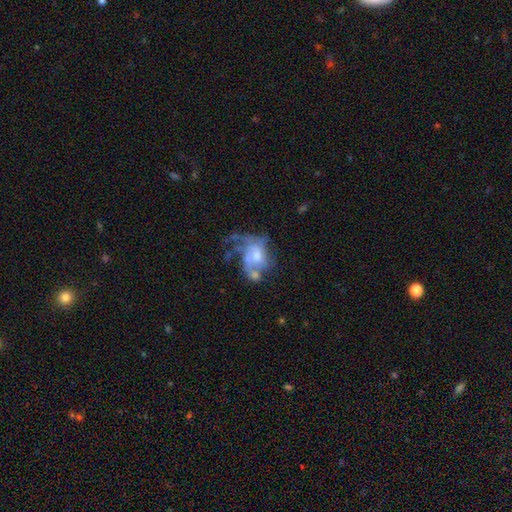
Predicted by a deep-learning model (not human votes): Smooth or featured? Predicted: featured or disk (p=0.75). Edge-on disk? Predicted: no (p=0.97). Bar? Predicted: no (p=0.60). Spiral arms? Predicted: yes (p=0.75). Spiral winding? Predicted: medium (p=0.41). Spiral arm count? Predicted: can't tell (p=0.35). Bulge size? Predicted: moderate (p=0.59). Merging? Predicted: major disturbance (p=0.38).